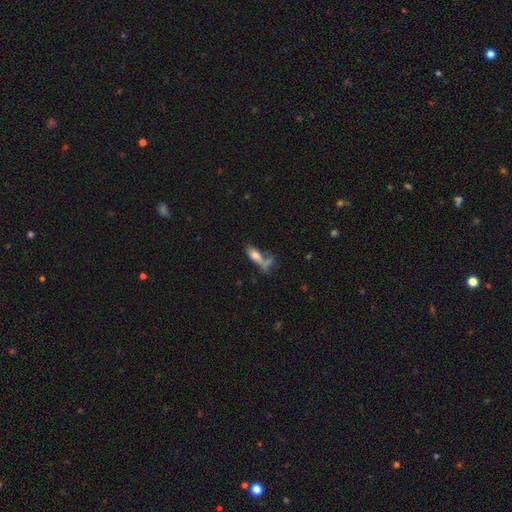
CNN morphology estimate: A smooth galaxy with no disk features (65%) that is in between round and cigar-shaped (60%).

Vote fractions:
- Smooth or featured? smooth: 65% / featured or disk: 25% / star or artifact: 10%
- How rounded? in between: 60% / cigar-shaped: 35% / round: 5%
- Merging? merger: 36% (tied) / none: 36% (tied) / minor disturbance: 14% / major disturbance: 14%